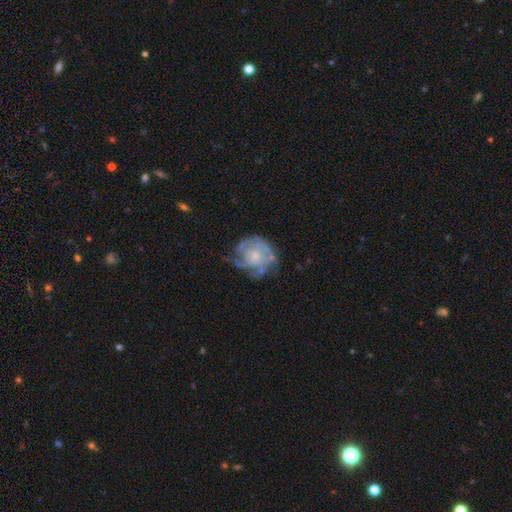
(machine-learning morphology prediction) Smooth or featured? Predicted: featured or disk (p=0.70). Edge-on disk? Predicted: no (p=0.98). Bar? Predicted: no (p=0.84). Spiral arms? Predicted: yes (p=0.65). Bulge size? Predicted: small (p=0.54). Merging? Predicted: none (p=0.46).